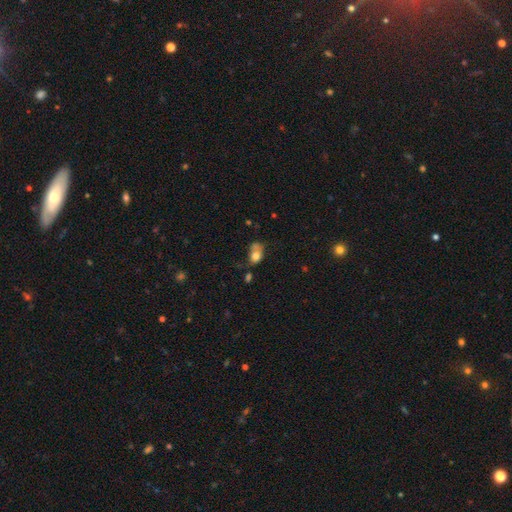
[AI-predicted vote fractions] Overall: smooth (72%). How rounded: in between (73%). Merging: major disturbance (29%; minor disturbance 27%).